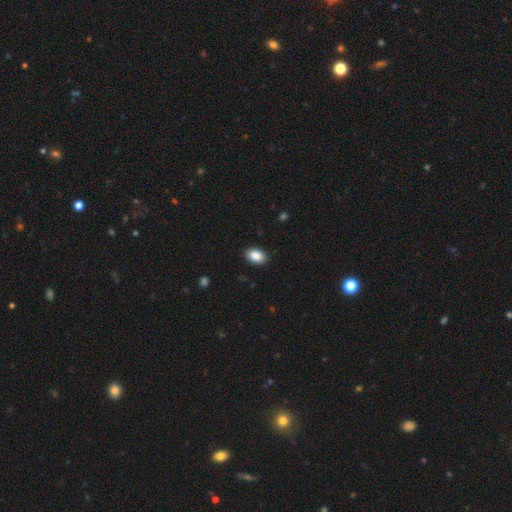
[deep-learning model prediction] Morphology: type=smooth (88%); roundness=in between (86%); merging=none (89%).